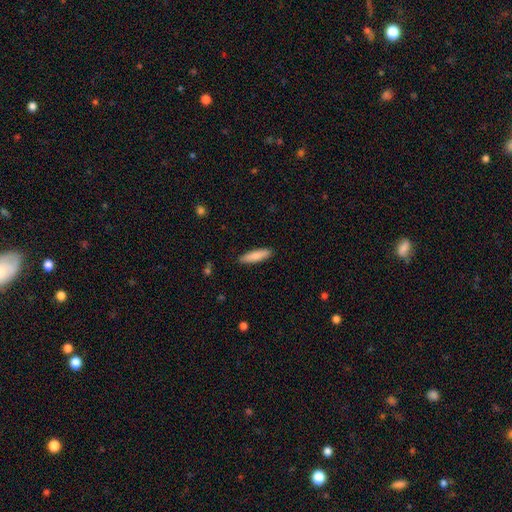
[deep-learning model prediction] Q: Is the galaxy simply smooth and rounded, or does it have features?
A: smooth — 85%.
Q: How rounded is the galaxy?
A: cigar-shaped — 73%.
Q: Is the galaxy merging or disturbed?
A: none — 90%.